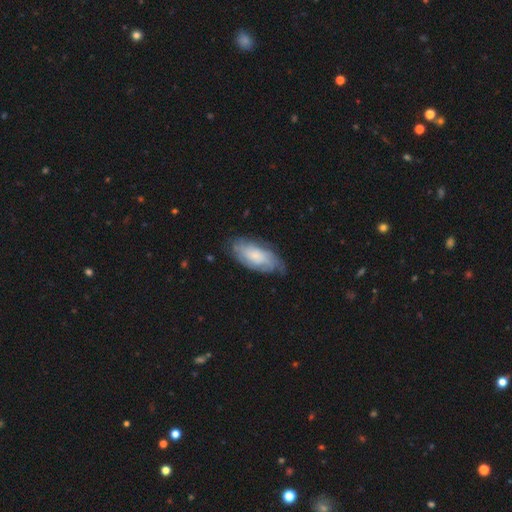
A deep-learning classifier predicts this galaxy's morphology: A featured or disk galaxy (51%). Merging: none (70%).